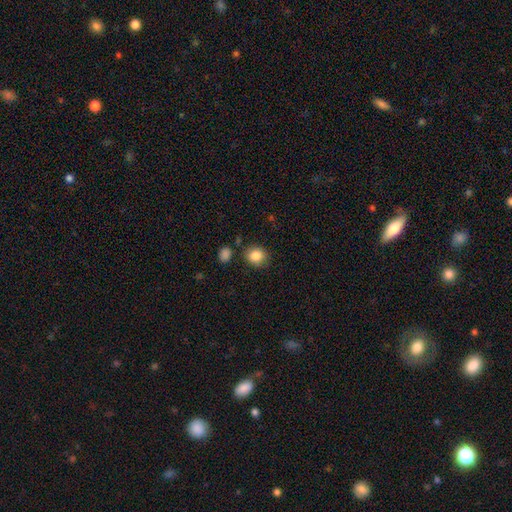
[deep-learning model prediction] Smooth or featured? Predicted: smooth (p=0.85). How rounded? Predicted: round (p=0.76). Merging? Predicted: none (p=0.82).